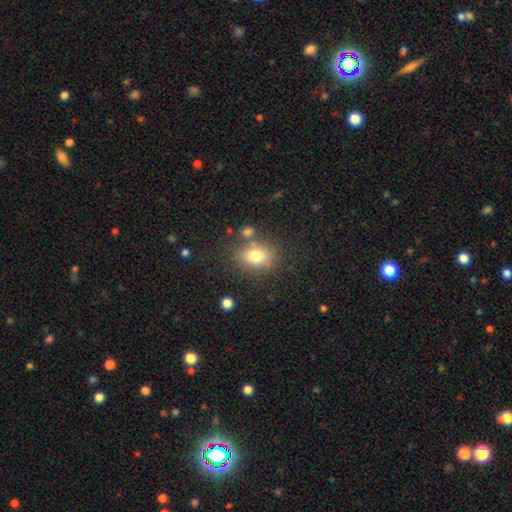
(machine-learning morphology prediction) Q: Smooth or featured?
A: smooth (77%); runner-up: star or artifact (12%)
Q: How rounded?
A: in between (53%); runner-up: round (46%)
Q: Merging?
A: none (71%); runner-up: minor disturbance (14%)